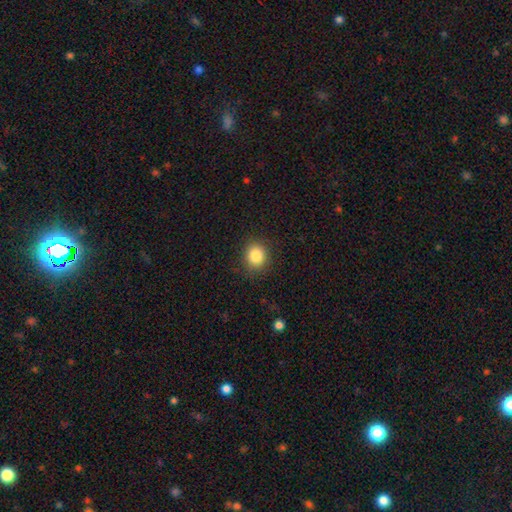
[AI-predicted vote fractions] The model was most divided on "how rounded": round: 79%, in between: 20%, cigar-shaped: 1%. More confident: merging — none (88%); smooth or featured — smooth (85%).